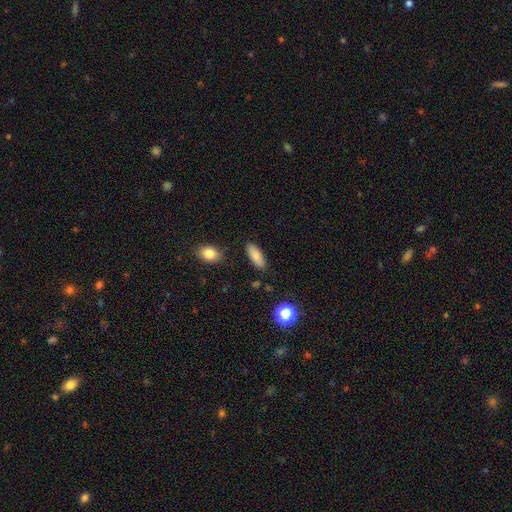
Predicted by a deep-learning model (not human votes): Smooth or featured? smooth (84%)
How rounded? in between (73%)
Merging? none (86%)